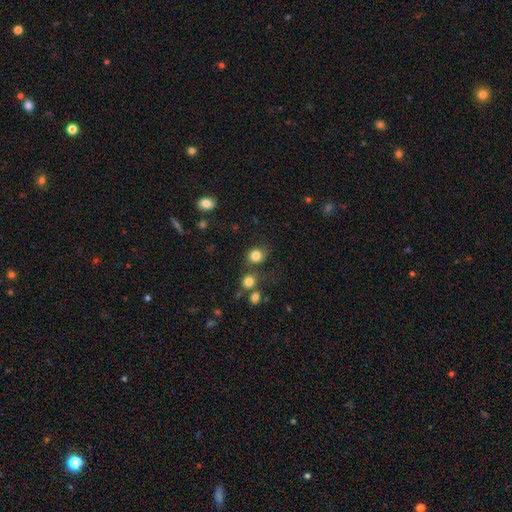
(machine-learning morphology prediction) Overall: smooth (81%). How rounded: round (82%). Merging: none (66%).